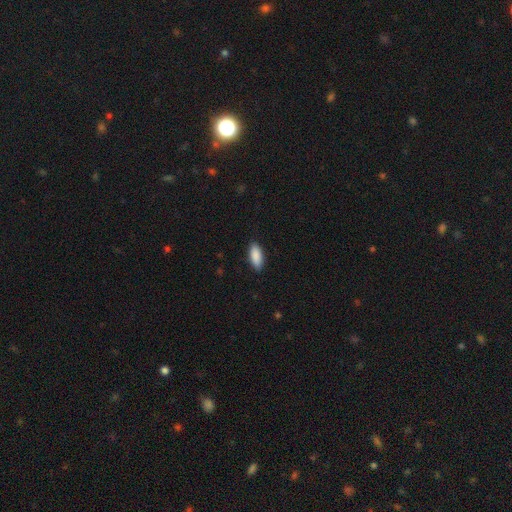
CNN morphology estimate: This is clearly a smooth galaxy (90%). How rounded: clearly in between (82%). Merging: clearly none (88%).